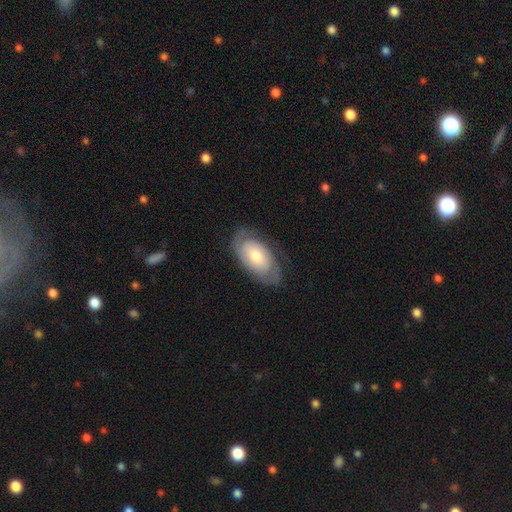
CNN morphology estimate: A featured or disk galaxy (56%) with no bar (77%), spiral arms (73%) and a moderate central bulge (59%).

Vote fractions:
- Smooth or featured? featured or disk: 56% / smooth: 38% / star or artifact: 6%
- Edge-on disk? no: 92% / yes: 8%
- Bar? no: 77% / weak: 19% / strong: 4%
- Spiral arms? yes: 73% / no: 27%
- Bulge size? moderate: 59% / small: 23% / large: 14% / dominant: 2% / none: 2%
- Merging? none: 70% / minor disturbance: 20% / major disturbance: 9% / merger: 1%